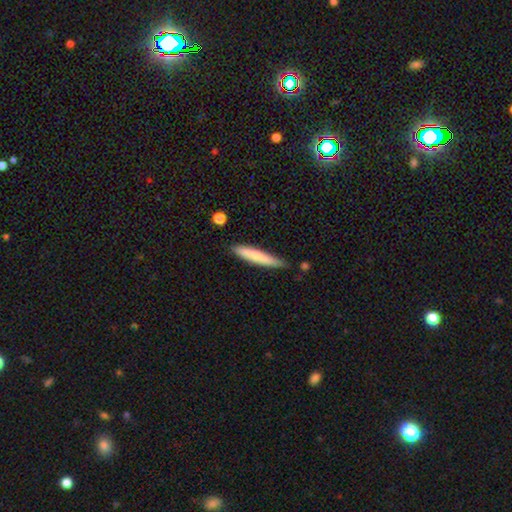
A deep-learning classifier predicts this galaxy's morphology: Smooth or featured? smooth (76%)
How rounded? cigar-shaped (92%)
Merging? none (81%)